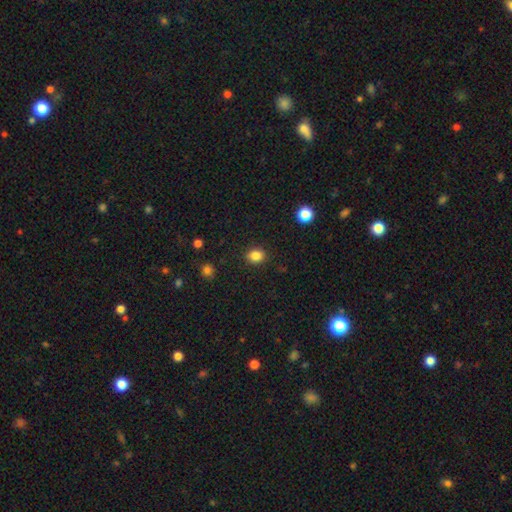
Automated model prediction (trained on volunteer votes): smooth_or_featured: smooth (p=0.85) [alt: star or artifact p=0.11]
how_rounded: round (p=0.59) [alt: in between p=0.40]
merging: none (p=0.89) [alt: minor disturbance p=0.07]